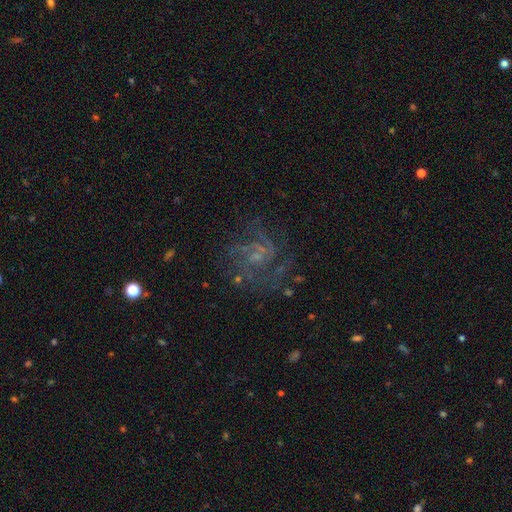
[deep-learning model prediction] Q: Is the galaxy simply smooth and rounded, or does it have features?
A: featured or disk — 71%.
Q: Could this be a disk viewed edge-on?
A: no — 98%.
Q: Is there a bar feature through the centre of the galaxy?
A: no — 62%.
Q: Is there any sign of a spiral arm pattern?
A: yes — 87%.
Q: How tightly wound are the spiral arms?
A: medium — 47%.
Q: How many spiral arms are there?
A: can't tell — 35%.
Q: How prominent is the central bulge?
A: small — 54%.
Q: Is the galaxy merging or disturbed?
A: none — 64%.